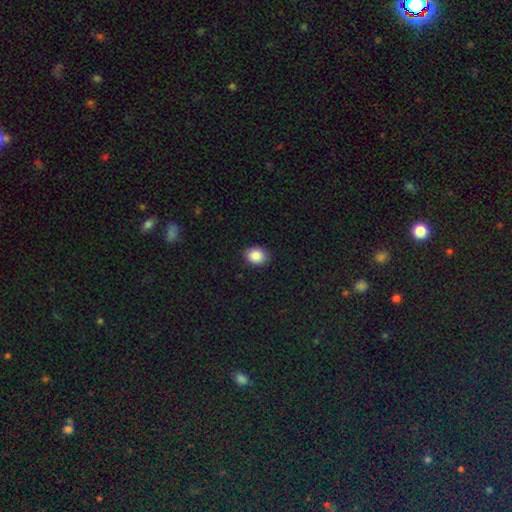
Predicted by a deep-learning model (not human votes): smooth-or-featured: smooth: 88% | star or artifact: 9% | featured or disk: 4%
  how-rounded: in between: 52% | round: 47% | cigar-shaped: 1%
  merging: none: 88% | minor disturbance: 9% | major disturbance: 2% | merger: 1%